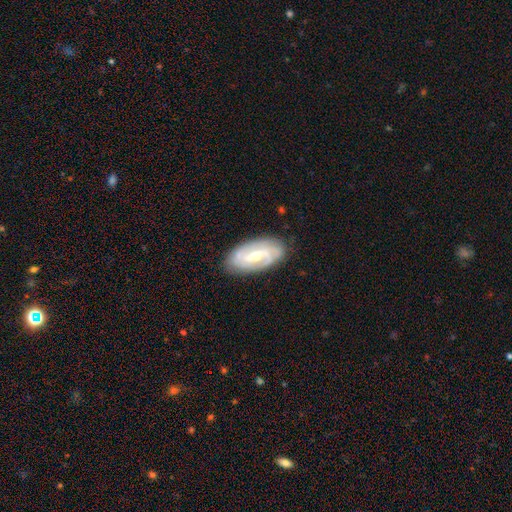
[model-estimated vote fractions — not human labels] Q: Smooth or featured?
A: featured or disk (83%); runner-up: smooth (12%)
Q: Edge-on disk?
A: no (94%); runner-up: yes (6%)
Q: Bar?
A: weak (46%); runner-up: strong (34%)
Q: Spiral arms?
A: yes (92%); runner-up: no (8%)
Q: Spiral winding?
A: tight (45%); runner-up: medium (39%)
Q: Spiral arm count?
A: 2 (70%); runner-up: can't tell (15%)
Q: Bulge size?
A: moderate (49%); runner-up: small (47%)
Q: Merging?
A: none (84%); runner-up: minor disturbance (12%)